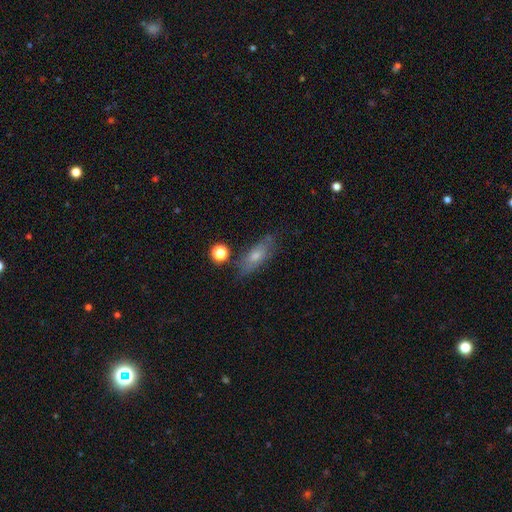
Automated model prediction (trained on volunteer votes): The model was most divided on "smooth or featured": smooth: 58%, featured or disk: 31%, star or artifact: 11%. More confident: merging — none (70%); how rounded — in between (64%).